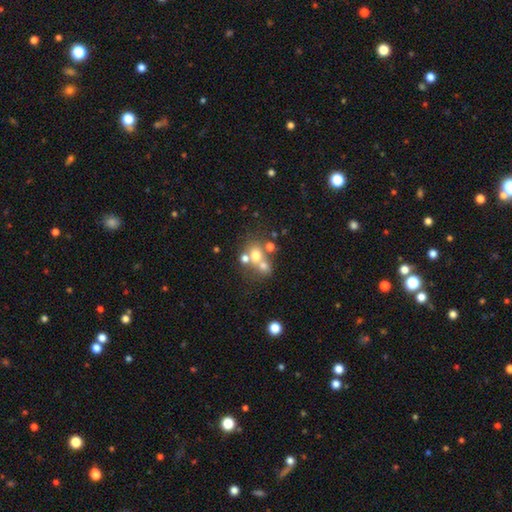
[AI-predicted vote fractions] Smooth or featured?
  - smooth: 59% *
  - featured or disk: 24%
  - star or artifact: 17%
How rounded?
  - round: 69% *
  - in between: 30%
  - cigar-shaped: 1%
Merging?
  - merger: 50% *
  - none: 36%
  - minor disturbance: 8%
  - major disturbance: 6%